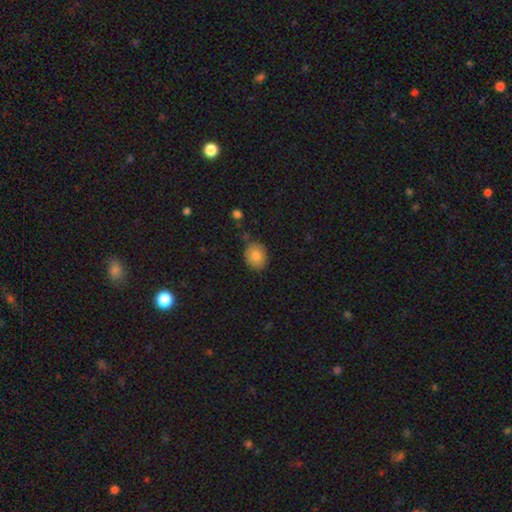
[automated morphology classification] Overall: smooth (81%). How rounded: round (61%; in between 38%). Merging: none (83%).